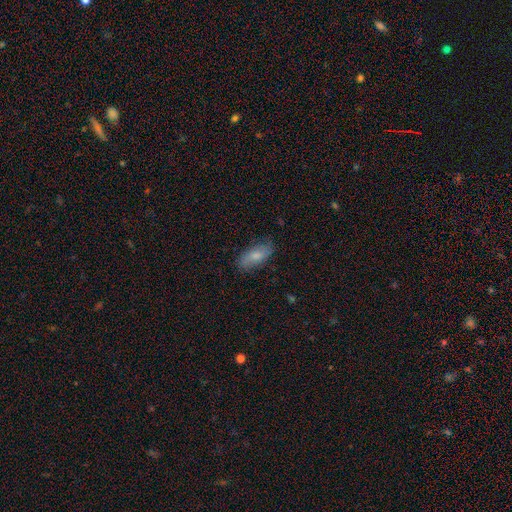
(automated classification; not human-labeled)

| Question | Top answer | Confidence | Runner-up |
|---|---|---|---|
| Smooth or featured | smooth | 75% | featured or disk (19%) |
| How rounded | in between | 87% | cigar-shaped (10%) |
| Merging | none | 79% | minor disturbance (17%) |